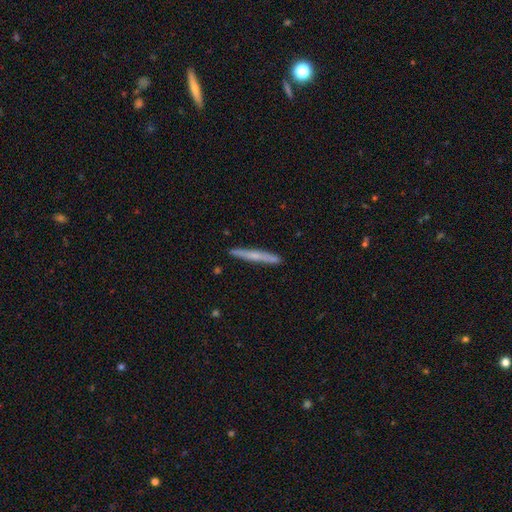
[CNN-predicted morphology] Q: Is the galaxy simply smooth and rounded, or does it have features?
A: smooth — 47%, tied with featured or disk.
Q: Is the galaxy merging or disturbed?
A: none — 90%.